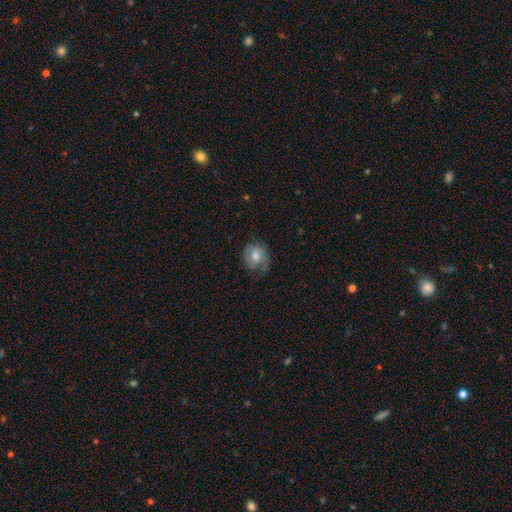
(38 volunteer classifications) Smooth or featured?
  - featured or disk: 50% *
  - smooth: 39%
  - star or artifact: 11%
Edge-on disk?
  - no: 100% *
  - yes: 0%
Bar?
  - no: 74% *
  - weak: 26%
  - strong: 0%
Spiral arms?
  - yes: 79% *
  - no: 21%
Spiral winding?
  - medium: 53% *
  - tight: 27%
  - loose: 20%
Spiral arm count?
  - 2: 67% *
  - can't tell: 27%
  - 1: 7%
  - 3: 0%
  - 4: 0%
  - more than 4: 0%
Bulge size?
  - moderate: 53% *
  - large: 32%
  - small: 16%
  - dominant: 0%
  - none: 0%
Merging?
  - none: 71% *
  - major disturbance: 18%
  - minor disturbance: 12%
  - merger: 0%